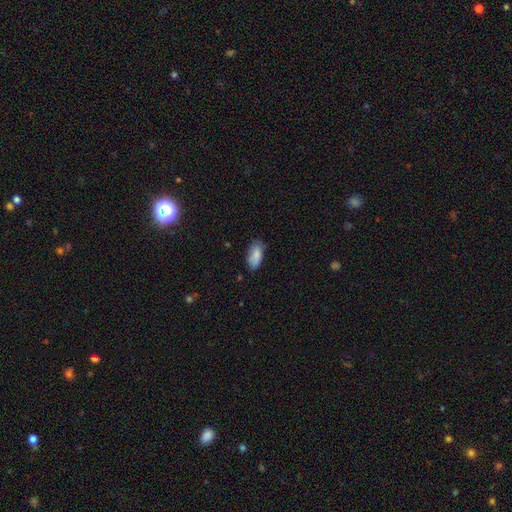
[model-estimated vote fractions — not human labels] The model was most divided on "merging": none: 73%, minor disturbance: 21%, major disturbance: 4%, merger: 2%. More confident: how rounded — in between (90%); smooth or featured — smooth (86%).